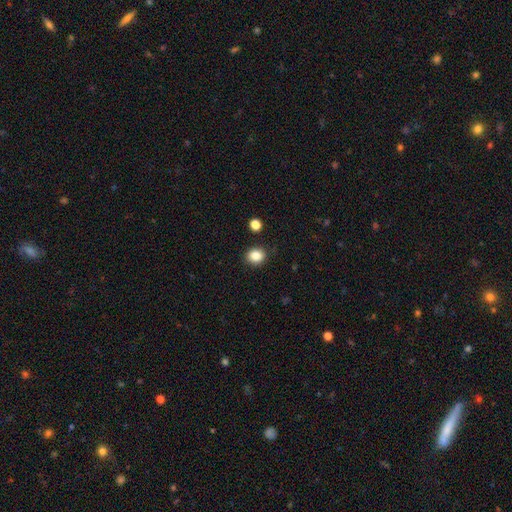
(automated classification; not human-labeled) smooth 84%, star or artifact 11%, featured or disk 5%. Down the decision tree: how rounded — round (73%); merging — none (88%).